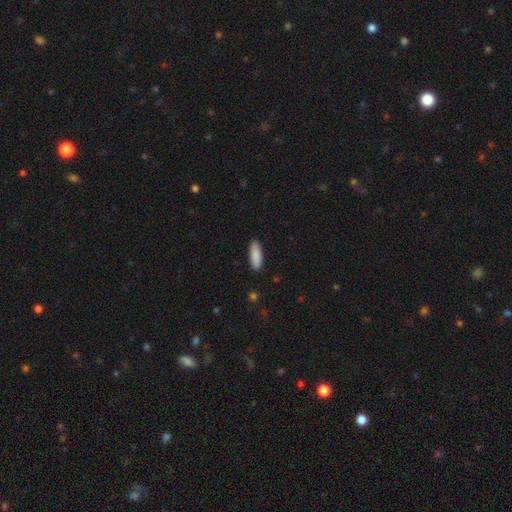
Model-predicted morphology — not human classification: smooth-or-featured: smooth: 89% | star or artifact: 6% | featured or disk: 5%
  how-rounded: in between: 51% | cigar-shaped: 48% | round: 1%
  merging: none: 89% | minor disturbance: 8% | major disturbance: 2% | merger: 1%